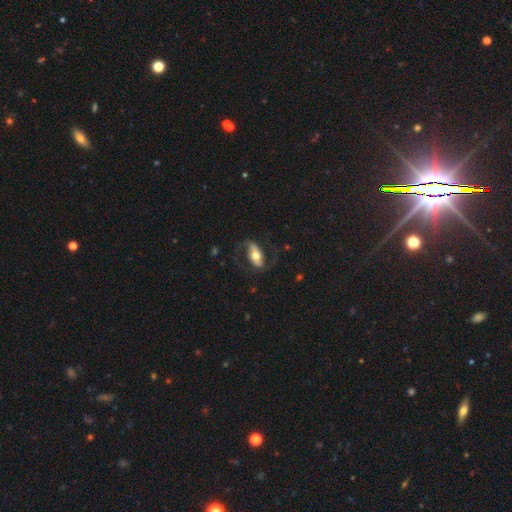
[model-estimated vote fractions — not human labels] Smooth or featured?
  - featured or disk: 66% *
  - smooth: 28%
  - star or artifact: 6%
Edge-on disk?
  - no: 91% *
  - yes: 9%
Bar?
  - strong: 36% * (tied)
  - no: 36% * (tied)
  - weak: 28%
Spiral arms?
  - yes: 84% *
  - no: 16%
Spiral winding?
  - loose: 51% *
  - medium: 37%
  - tight: 11%
Spiral arm count?
  - 2: 88% *
  - 1: 5%
  - can't tell: 4%
  - 3: 1%
  - 4: 1%
  - more than 4: 1%
Bulge size?
  - moderate: 66% *
  - large: 20%
  - small: 11%
  - dominant: 2%
  - none: 1%
Merging?
  - none: 67% *
  - minor disturbance: 16%
  - major disturbance: 15%
  - merger: 2%